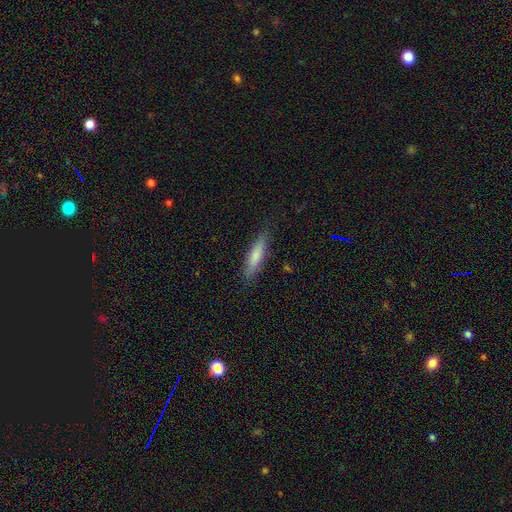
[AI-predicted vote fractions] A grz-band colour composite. It shows a smooth galaxy with no disk features (76%) that is cigar-shaped (78%). Merging: none (85%).